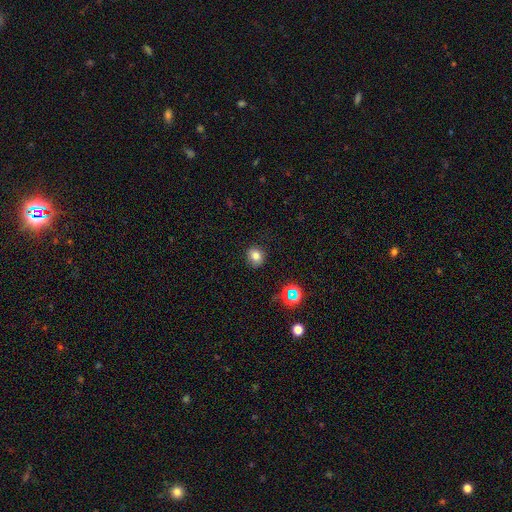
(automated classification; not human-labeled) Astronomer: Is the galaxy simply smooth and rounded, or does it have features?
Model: smooth — 78%.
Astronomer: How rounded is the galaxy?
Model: round — 71%.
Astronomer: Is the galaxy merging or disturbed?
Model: none — 85%.